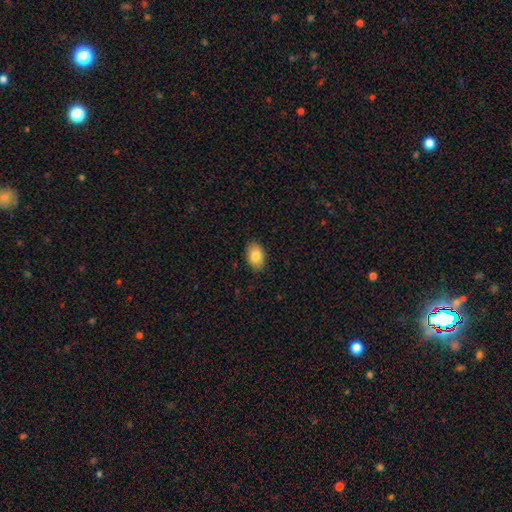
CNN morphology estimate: Q: Smooth or featured?
A: smooth (84%); runner-up: featured or disk (8%)
Q: How rounded?
A: in between (85%); runner-up: round (13%)
Q: Merging?
A: none (87%); runner-up: minor disturbance (10%)